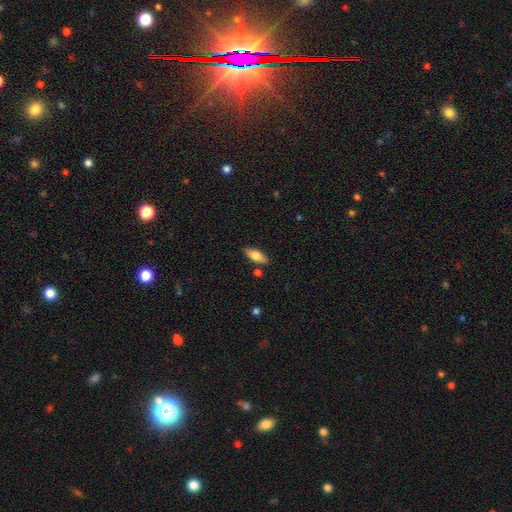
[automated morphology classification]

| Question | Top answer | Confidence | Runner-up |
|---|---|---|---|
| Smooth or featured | smooth | 66% | featured or disk (27%) |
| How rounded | in between | 74% | cigar-shaped (23%) |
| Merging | none | 83% | minor disturbance (11%) |